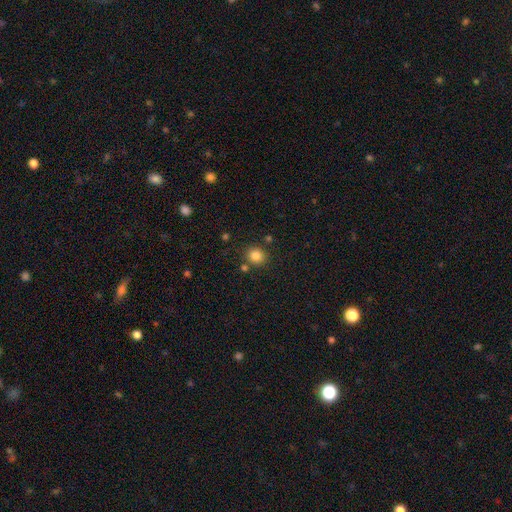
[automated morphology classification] This appears to be a smooth galaxy with no disk features (84%) that is round (83%). Merging: none (81%).